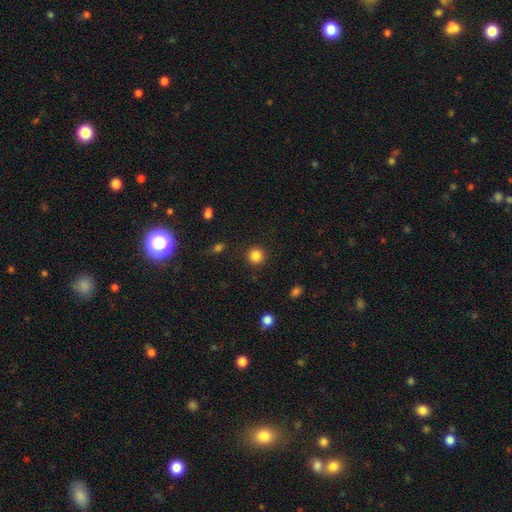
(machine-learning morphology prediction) Smooth or featured? smooth (85%)
How rounded? round (94%)
Merging? none (91%)